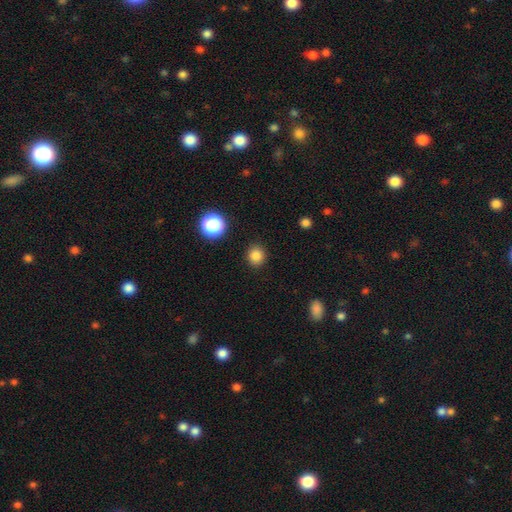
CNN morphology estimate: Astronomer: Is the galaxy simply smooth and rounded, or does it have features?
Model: smooth — 83%.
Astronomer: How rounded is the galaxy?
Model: round — 83%.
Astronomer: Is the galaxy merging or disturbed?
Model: none — 90%.